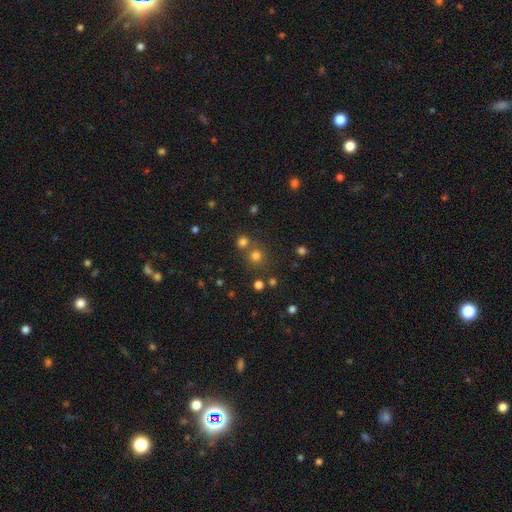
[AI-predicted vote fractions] Smooth or featured? smooth (72%)
How rounded? round (92%)
Merging? none (69%)